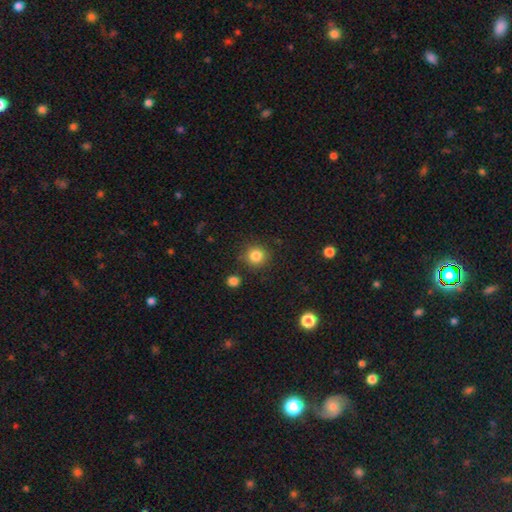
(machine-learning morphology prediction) smooth 84%, star or artifact 11%, featured or disk 5%. Down the decision tree: how rounded — round (91%); merging — none (85%).